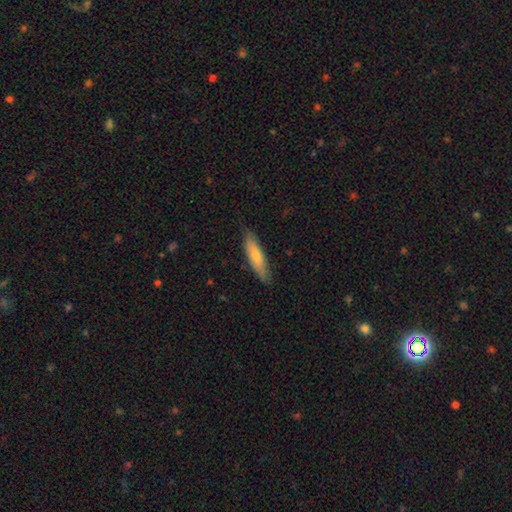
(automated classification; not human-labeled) This is likely a smooth galaxy (70%). How rounded: likely cigar-shaped (70%). Merging: clearly none (81%).